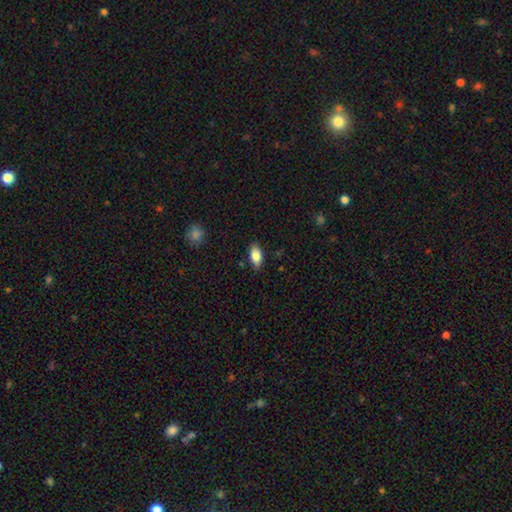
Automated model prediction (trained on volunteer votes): Smooth or featured? smooth (77%)
How rounded? in between (88%)
Merging? none (85%)